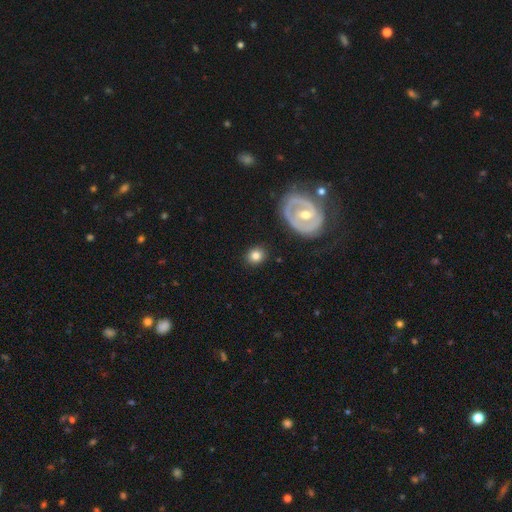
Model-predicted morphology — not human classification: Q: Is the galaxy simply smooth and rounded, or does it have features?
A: smooth — 77%.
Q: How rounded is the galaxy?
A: round — 72%.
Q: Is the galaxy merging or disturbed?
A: none — 87%.